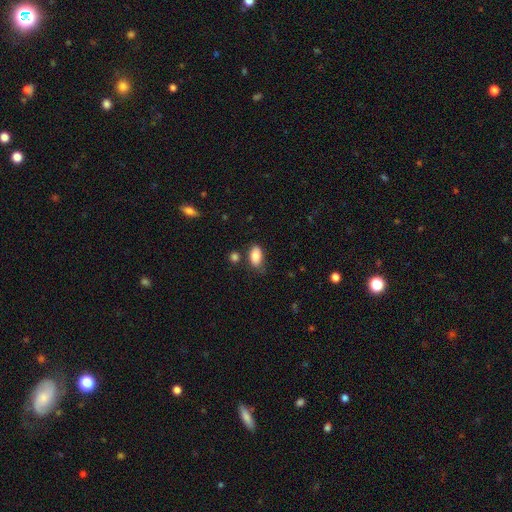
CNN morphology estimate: smooth_or_featured: smooth (p=0.86) [alt: star or artifact p=0.08]
how_rounded: in between (p=0.92) [alt: round p=0.05]
merging: none (p=0.68) [alt: minor disturbance p=0.22]